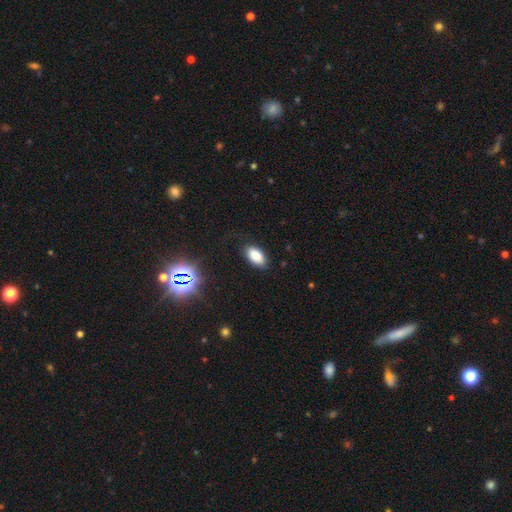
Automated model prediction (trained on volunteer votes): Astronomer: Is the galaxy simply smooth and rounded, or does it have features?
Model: smooth — 84%.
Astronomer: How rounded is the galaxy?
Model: in between — 94%.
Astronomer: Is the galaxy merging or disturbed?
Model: none — 81%.